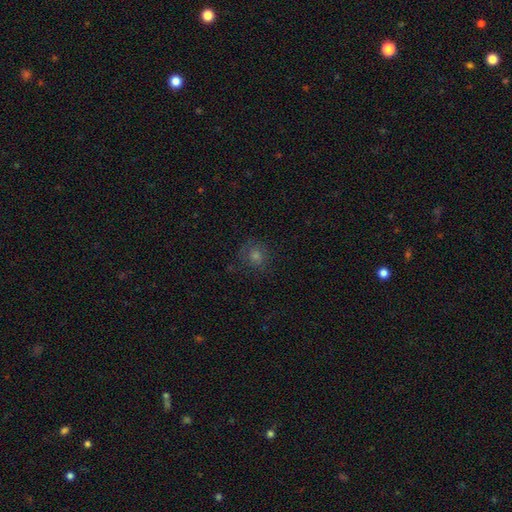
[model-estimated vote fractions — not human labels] This appears to be a smooth galaxy with no disk features (57%) that is round (87%). Merging: none (79%).